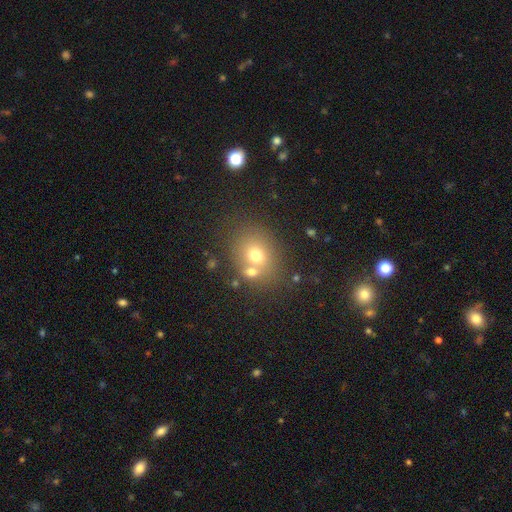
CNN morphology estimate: Smooth or featured?
  - smooth: 68% *
  - featured or disk: 17%
  - star or artifact: 14%
How rounded?
  - round: 60% *
  - in between: 39%
  - cigar-shaped: 1%
Merging?
  - none: 57% *
  - merger: 27%
  - minor disturbance: 11%
  - major disturbance: 5%